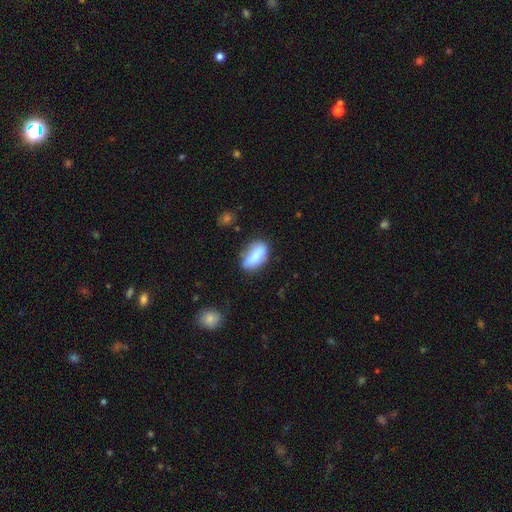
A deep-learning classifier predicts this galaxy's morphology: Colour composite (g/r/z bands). It shows a smooth galaxy with no disk features (83%) that is in between round and cigar-shaped (89%). Merging: none (65%).